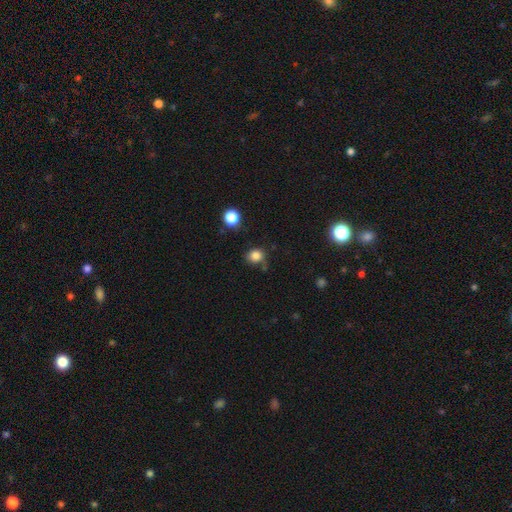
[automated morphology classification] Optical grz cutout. It shows a smooth galaxy with no disk features (83%) that is round (77%). Merging: none (73%).